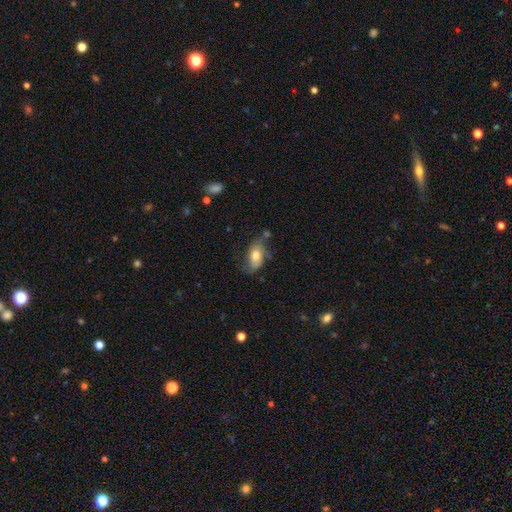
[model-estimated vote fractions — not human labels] This appears to be a smooth galaxy with no disk features (61%) that is in between round and cigar-shaped (90%). Merging: none (54%).